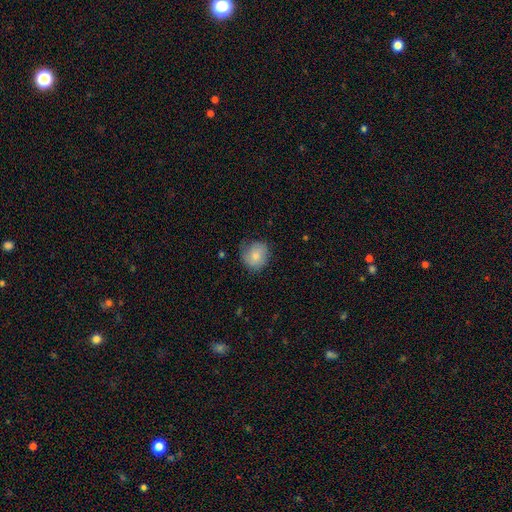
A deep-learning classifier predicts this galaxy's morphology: This appears to be a smooth galaxy with no disk features (77%) that is round (79%). Merging: none (69%).